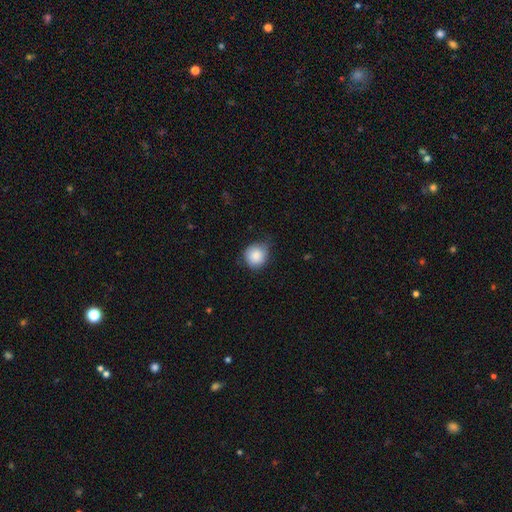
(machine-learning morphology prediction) Smooth or featured: smooth — 86% (star or artifact — 8%)
How rounded: round — 88% (in between — 11%)
Merging: none — 65% (minor disturbance — 29%)